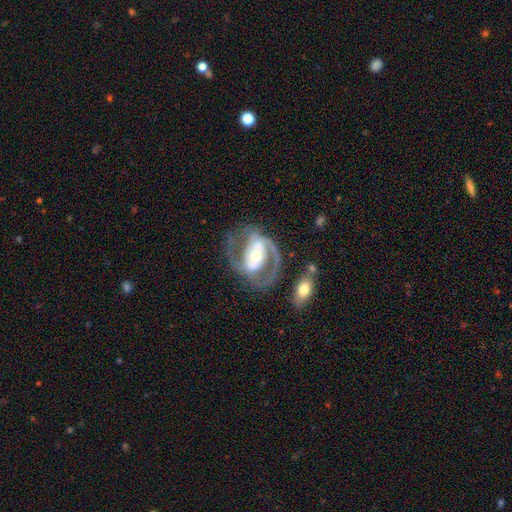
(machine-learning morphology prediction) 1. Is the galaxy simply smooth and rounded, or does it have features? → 85% featured or disk, 10% smooth, 5% star or artifact.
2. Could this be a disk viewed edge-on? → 96% no, 4% yes.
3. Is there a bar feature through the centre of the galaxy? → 43% no, 30% weak, 27% strong.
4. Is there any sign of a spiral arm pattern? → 86% yes, 14% no.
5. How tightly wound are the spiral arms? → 51% medium, 29% tight, 19% loose.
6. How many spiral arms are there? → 81% 2, 8% 1, 7% can't tell, 3% 3, 1% 4, 1% more than 4.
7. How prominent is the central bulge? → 65% moderate, 22% small, 11% large, 1% dominant, 1% none.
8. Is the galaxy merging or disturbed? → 57% none, 20% major disturbance, 18% minor disturbance, 6% merger.